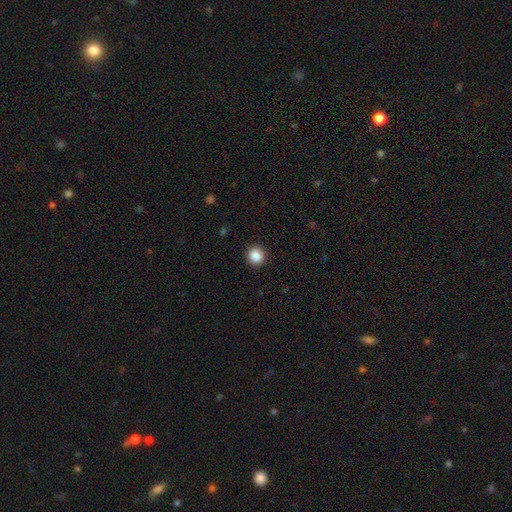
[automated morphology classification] Smooth or featured? smooth (88%)
How rounded? round (93%)
Merging? none (91%)